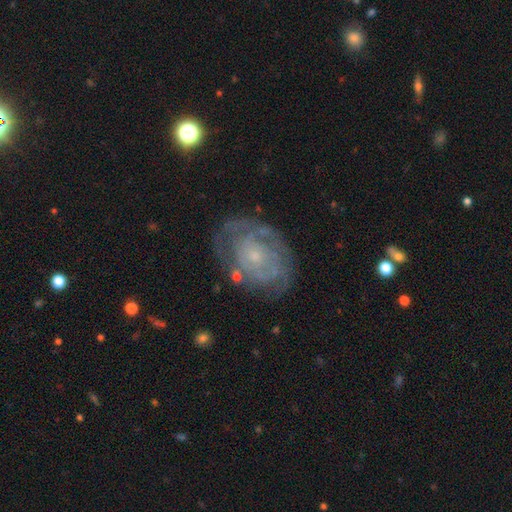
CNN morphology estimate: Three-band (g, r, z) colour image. It shows a featured or disk galaxy (76%) with no bar (81%), tight (68%) spiral arms (77%) and a small central bulge (76%). Merging: none (69%).